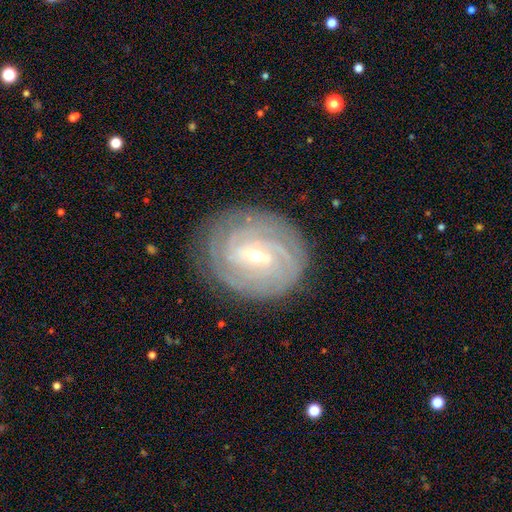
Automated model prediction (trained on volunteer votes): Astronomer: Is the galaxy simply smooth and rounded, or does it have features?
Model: featured or disk — 87%.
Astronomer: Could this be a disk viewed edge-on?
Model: no — 97%.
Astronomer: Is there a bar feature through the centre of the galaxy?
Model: weak — 50% (runner-up: strong, 33%).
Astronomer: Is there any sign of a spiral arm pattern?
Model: yes — 96%.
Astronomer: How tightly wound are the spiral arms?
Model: tight — 83%.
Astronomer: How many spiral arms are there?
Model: can't tell — 30% (runner-up: 4, 22%).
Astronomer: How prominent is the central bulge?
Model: small — 60% (runner-up: moderate, 37%).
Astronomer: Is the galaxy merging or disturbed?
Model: none — 84%.